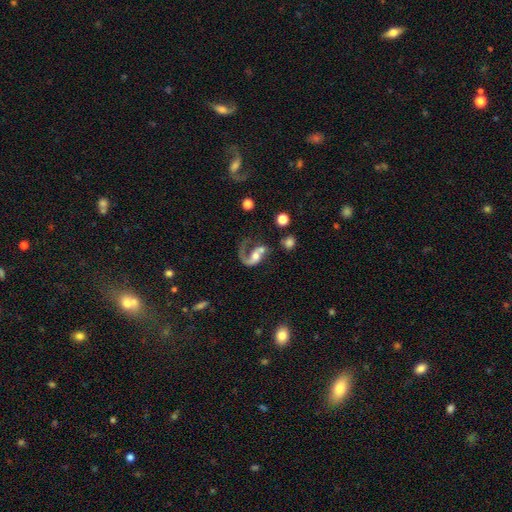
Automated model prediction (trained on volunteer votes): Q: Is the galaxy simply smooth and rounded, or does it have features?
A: featured or disk — 76%.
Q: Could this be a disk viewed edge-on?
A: no — 97%.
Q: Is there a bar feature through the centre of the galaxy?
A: no — 58%.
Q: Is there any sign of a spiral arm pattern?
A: yes — 86%.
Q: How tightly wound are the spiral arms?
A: loose — 66%.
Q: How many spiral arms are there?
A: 1 — 73%.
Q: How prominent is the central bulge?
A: moderate — 56%.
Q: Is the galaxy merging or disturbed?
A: major disturbance — 36%.